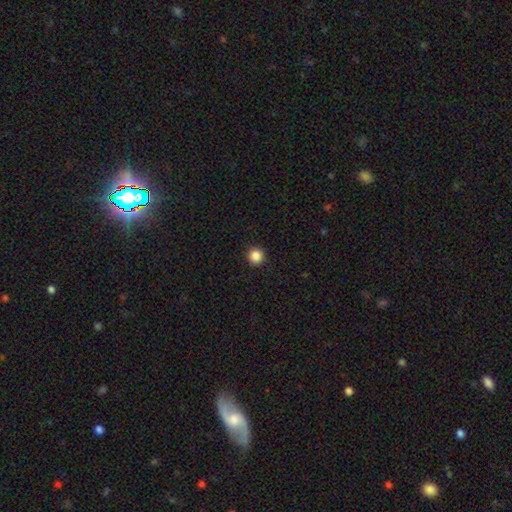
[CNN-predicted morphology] A smooth galaxy with no disk features (87%) that is round (96%). Merging: none (94%).